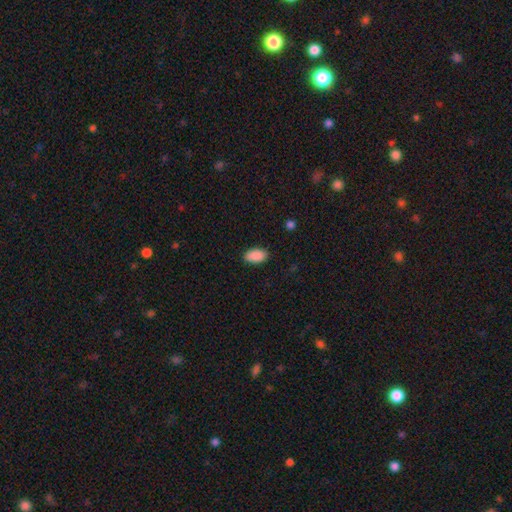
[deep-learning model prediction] This is clearly a smooth galaxy (90%). How rounded: clearly in between (94%). Merging: clearly none (87%).